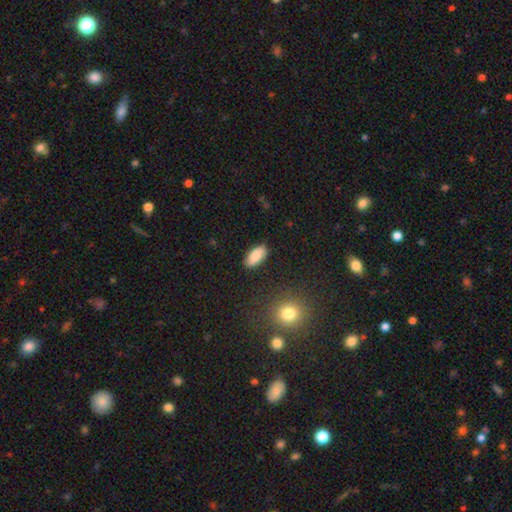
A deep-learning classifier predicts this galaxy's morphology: Smooth or featured?
  - smooth: 84% *
  - featured or disk: 9%
  - star or artifact: 7%
How rounded?
  - in between: 89% *
  - cigar-shaped: 8%
  - round: 3%
Merging?
  - none: 86% *
  - minor disturbance: 11%
  - major disturbance: 2%
  - merger: 1%